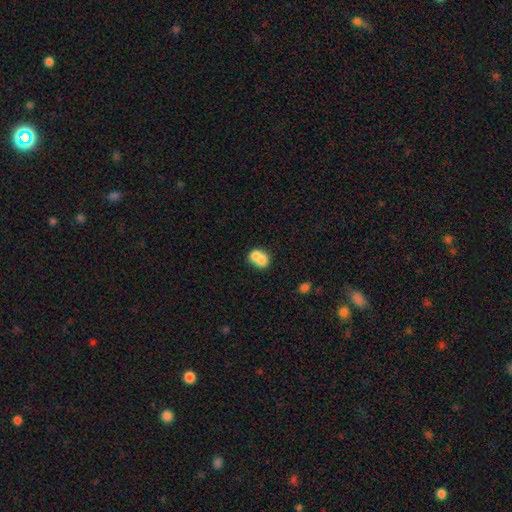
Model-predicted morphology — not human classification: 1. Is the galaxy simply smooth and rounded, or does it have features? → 70% smooth, 21% featured or disk, 9% star or artifact.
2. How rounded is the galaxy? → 54% round, 45% in between, 1% cigar-shaped.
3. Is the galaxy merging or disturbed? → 67% merger, 23% none, 7% minor disturbance, 3% major disturbance.